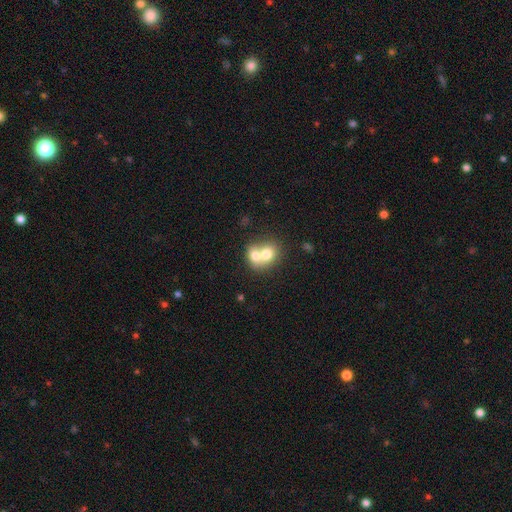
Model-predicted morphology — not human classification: smooth 69%, featured or disk 22%, star or artifact 9%. Down the decision tree: how rounded — round (57%); merging — merger (75%).